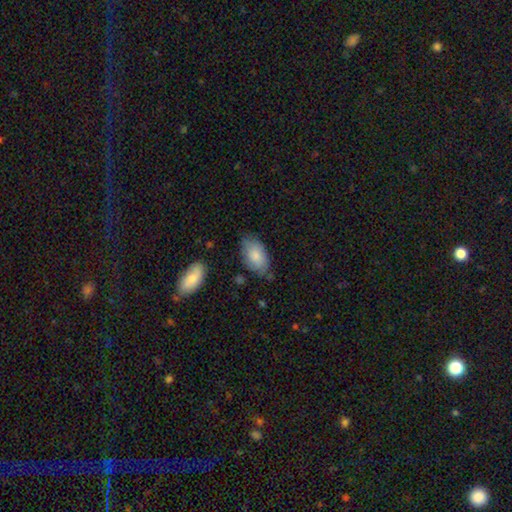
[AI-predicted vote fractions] smooth-or-featured: smooth: 82% | featured or disk: 13% | star or artifact: 6%
  how-rounded: in between: 94% | round: 4% | cigar-shaped: 2%
  merging: none: 70% | minor disturbance: 22% | major disturbance: 5% | merger: 3%